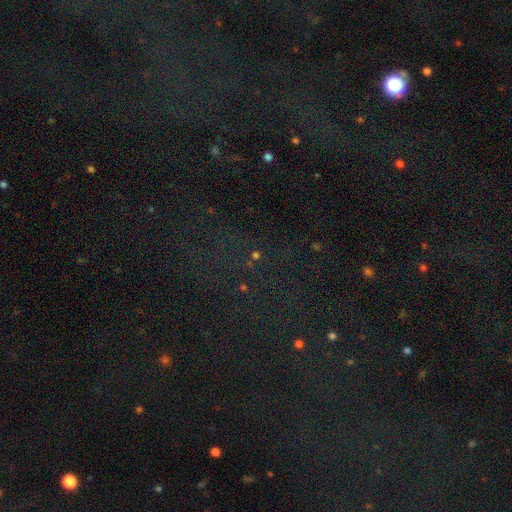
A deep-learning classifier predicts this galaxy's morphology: star or artifact 68%, smooth 23%, featured or disk 9%.